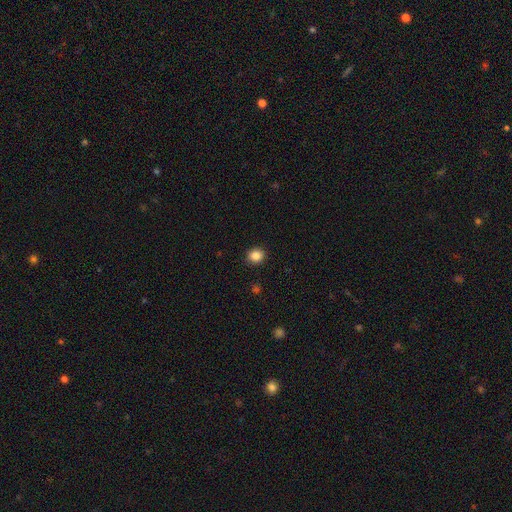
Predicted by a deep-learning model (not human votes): smooth-or-featured: smooth: 86% | star or artifact: 10% | featured or disk: 4%
  how-rounded: round: 80% | in between: 19% | cigar-shaped: 1%
  merging: none: 91% | minor disturbance: 6% | major disturbance: 2% | merger: 1%